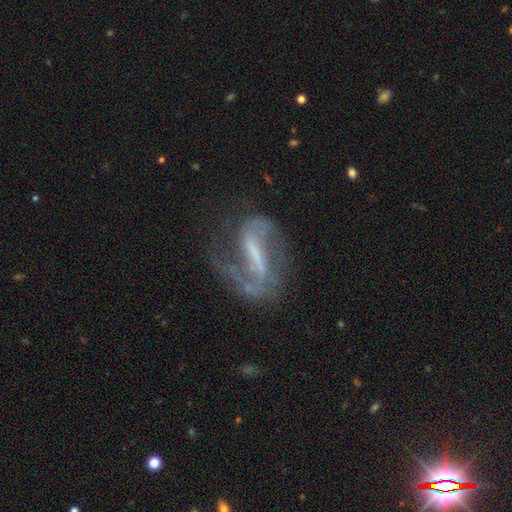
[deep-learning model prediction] Smooth or featured? Predicted: featured or disk (p=0.86). Edge-on disk? Predicted: no (p=0.95). Bar? Predicted: strong (p=0.62). Spiral arms? Predicted: yes (p=0.93). Spiral winding? Predicted: medium (p=0.46). Spiral arm count? Predicted: 2 (p=0.84). Bulge size? Predicted: none (p=0.43). Merging? Predicted: none (p=0.60).